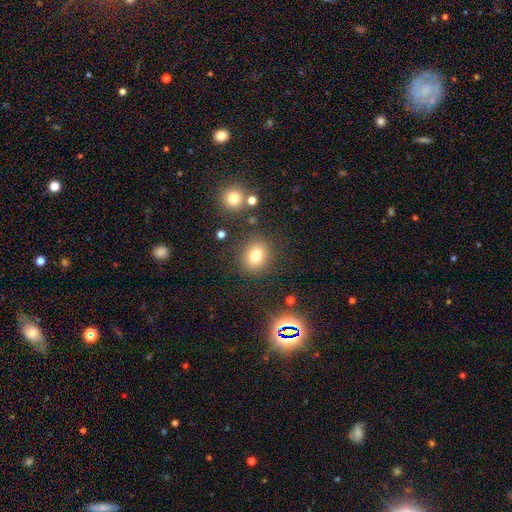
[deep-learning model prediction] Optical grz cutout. It shows a smooth galaxy with no disk features (77%) that is round (68%). Merging: none (83%).